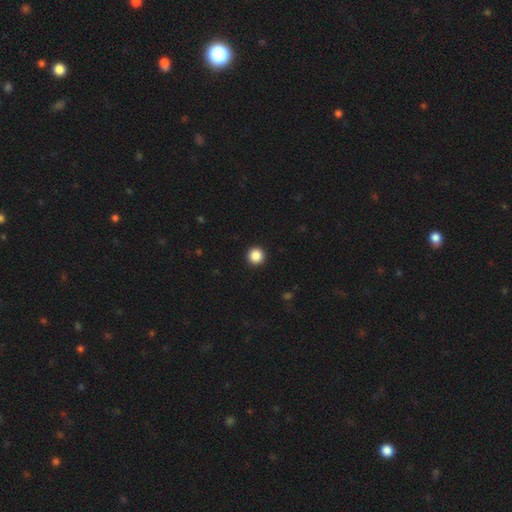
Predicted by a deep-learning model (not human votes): smooth-or-featured: smooth: 87% | star or artifact: 10% | featured or disk: 3%
  how-rounded: round: 96% | in between: 3% | cigar-shaped: 1%
  merging: none: 94% | minor disturbance: 4% | major disturbance: 2% | merger: 1%